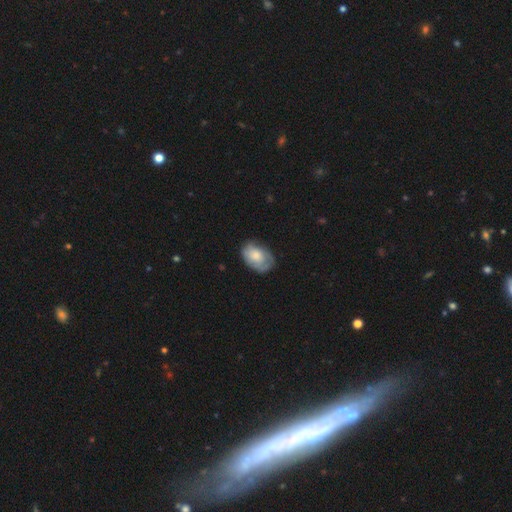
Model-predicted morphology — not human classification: A smooth galaxy with no disk features (60%) that is in between round and cigar-shaped (82%). Merging: none (63%).